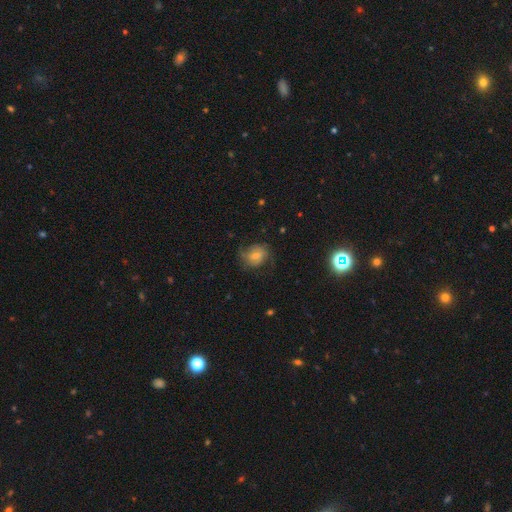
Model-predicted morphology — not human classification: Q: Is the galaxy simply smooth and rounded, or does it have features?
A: featured or disk — 48%.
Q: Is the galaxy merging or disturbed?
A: none — 59%.